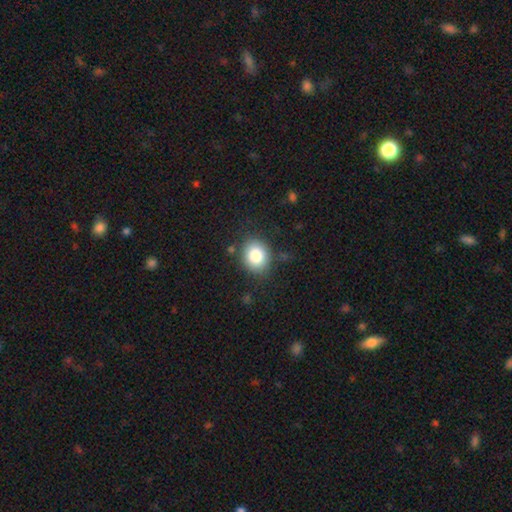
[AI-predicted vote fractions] smooth-or-featured: smooth: 83% | star or artifact: 9% | featured or disk: 8%
  how-rounded: round: 65% | in between: 34% | cigar-shaped: 1%
  merging: none: 82% | minor disturbance: 12% | major disturbance: 4% | merger: 2%